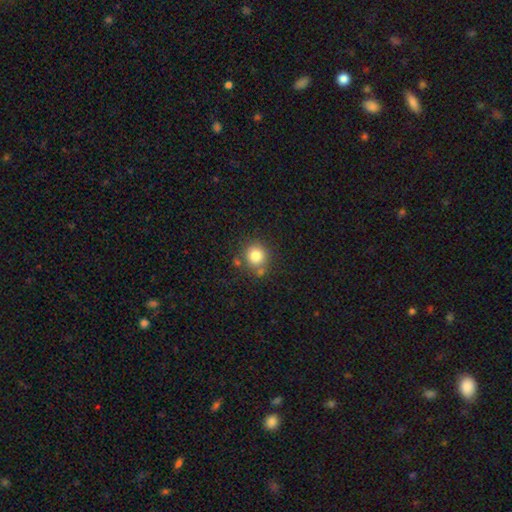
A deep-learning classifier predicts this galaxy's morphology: Q: Smooth or featured?
A: smooth (83%); runner-up: star or artifact (11%)
Q: How rounded?
A: round (89%); runner-up: in between (10%)
Q: Merging?
A: none (75%); runner-up: minor disturbance (12%)